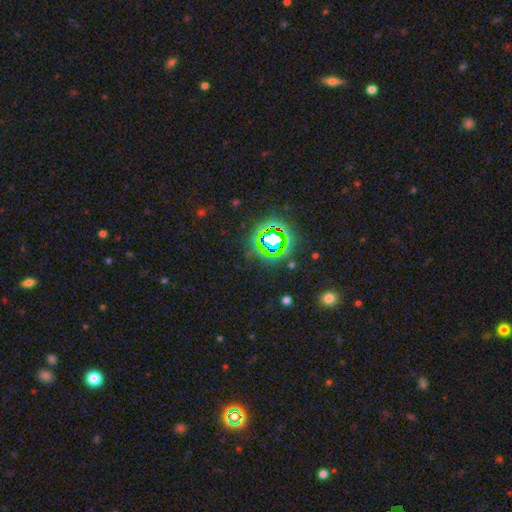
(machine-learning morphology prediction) Smooth or featured? Predicted: star or artifact (p=0.82).